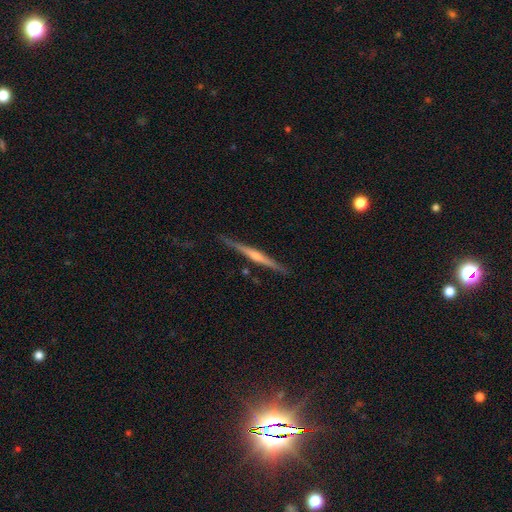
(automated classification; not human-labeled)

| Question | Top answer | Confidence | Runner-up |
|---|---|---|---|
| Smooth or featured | featured or disk | 79% | smooth (15%) |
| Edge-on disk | yes | 98% | no (2%) |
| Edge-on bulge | rounded | 75% | none (18%) |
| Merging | none | 88% | minor disturbance (9%) |